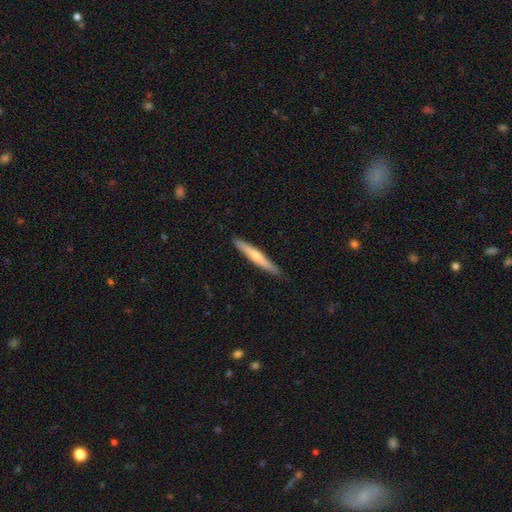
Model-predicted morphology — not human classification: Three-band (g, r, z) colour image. It shows a featured or disk galaxy (53%) viewed edge-on (95%) with a rounded central bulge (74%). Merging: none (90%).